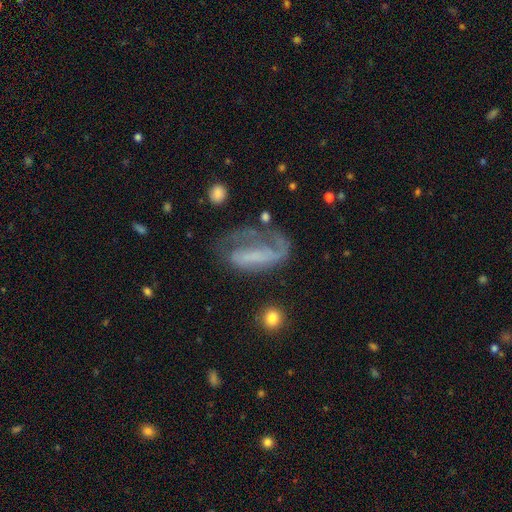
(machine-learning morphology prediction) The model was most divided on "merging": major disturbance: 39%, none: 36%, minor disturbance: 21%, merger: 5%. Remaining: edge-on disk — no (92%); spiral arms — yes (71%); smooth or featured — featured or disk (63%); bulge size — none (59%); bar — no (42%).